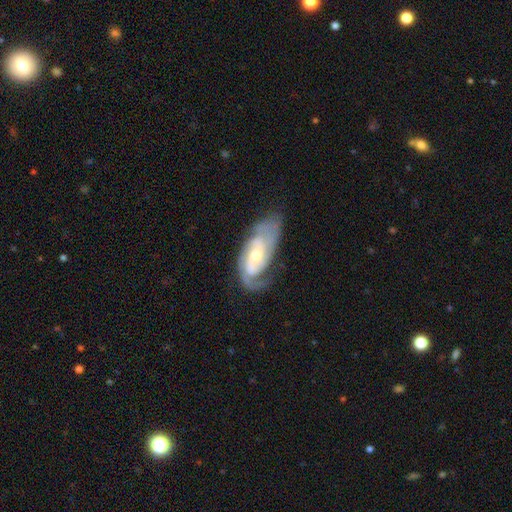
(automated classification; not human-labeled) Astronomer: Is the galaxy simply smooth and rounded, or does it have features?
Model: featured or disk — 83%.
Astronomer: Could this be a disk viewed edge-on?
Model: no — 94%.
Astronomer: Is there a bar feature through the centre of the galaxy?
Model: no — 44% (runner-up: weak, 41%).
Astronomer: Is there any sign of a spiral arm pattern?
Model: yes — 94%.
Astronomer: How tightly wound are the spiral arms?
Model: tight — 44% (runner-up: medium, 41%).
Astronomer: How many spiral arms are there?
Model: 2 — 58%.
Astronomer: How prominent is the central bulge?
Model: moderate — 53% (runner-up: small, 41%).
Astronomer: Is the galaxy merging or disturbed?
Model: none — 58%.